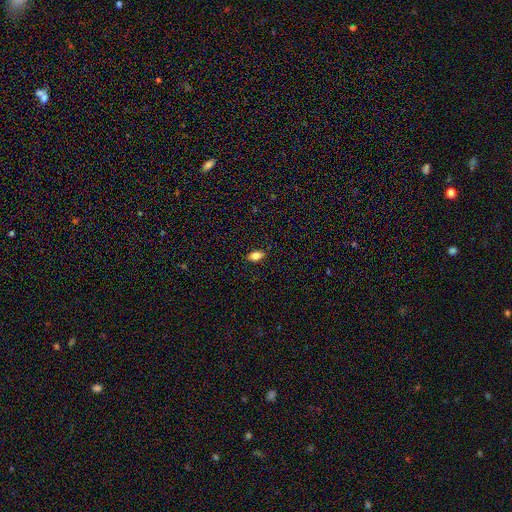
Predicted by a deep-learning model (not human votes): smooth 81%, featured or disk 10%, star or artifact 9%. Down the decision tree: how rounded — in between (88%); merging — none (87%).